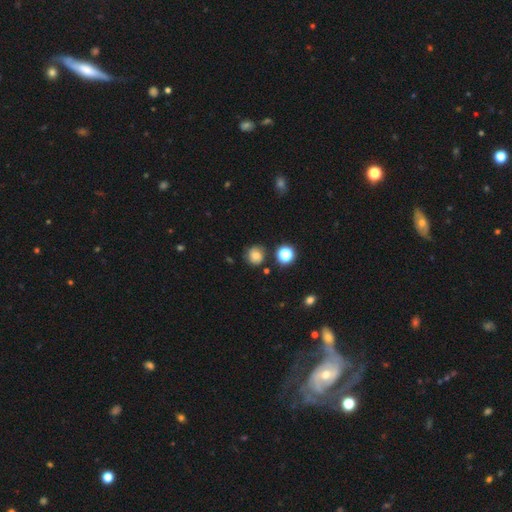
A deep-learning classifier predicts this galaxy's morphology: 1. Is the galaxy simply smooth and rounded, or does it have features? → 73% smooth, 16% star or artifact, 11% featured or disk.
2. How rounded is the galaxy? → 87% round, 12% in between, 1% cigar-shaped.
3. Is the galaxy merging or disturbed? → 77% none, 15% minor disturbance, 4% major disturbance, 4% merger.